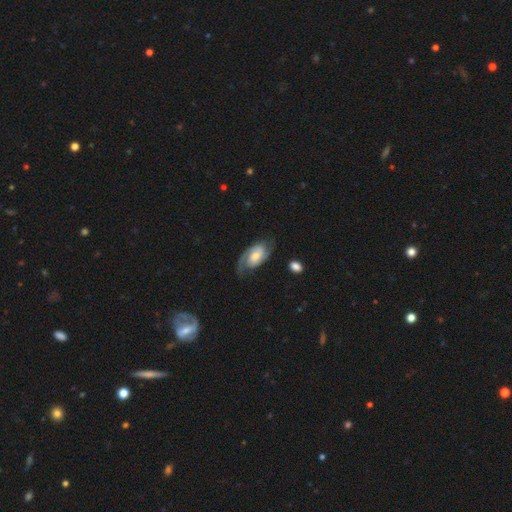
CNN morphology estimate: A featured or disk galaxy (82%) with no bar (50%), 2 (82%) medium (44%) spiral arms (96%) and a moderate central bulge (50%).

Vote fractions:
- Smooth or featured? featured or disk: 82% / smooth: 13% / star or artifact: 5%
- Edge-on disk? no: 96% / yes: 4%
- Bar? no: 50% / weak: 40% / strong: 11%
- Spiral arms? yes: 96% / no: 4%
- Spiral winding? medium: 44% / tight: 42% / loose: 14%
- Spiral arm count? 2: 82% / 1: 8% / can't tell: 6% / 3: 2% / 4: 1% / more than 4: 1%
- Bulge size? moderate: 50% / small: 23% / large: 17% / none: 7% / dominant: 2%
- Merging? none: 71% / minor disturbance: 18% / major disturbance: 9% / merger: 2%